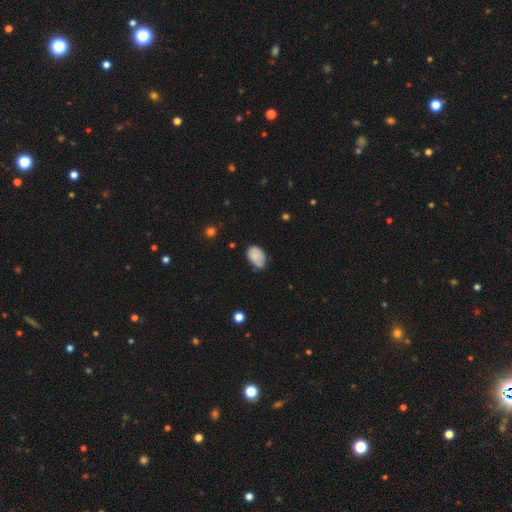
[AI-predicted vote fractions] smooth_or_featured: smooth (p=0.77) [alt: featured or disk p=0.15]
how_rounded: in between (p=0.87) [alt: round p=0.12]
merging: minor disturbance (p=0.44) [alt: none p=0.42]